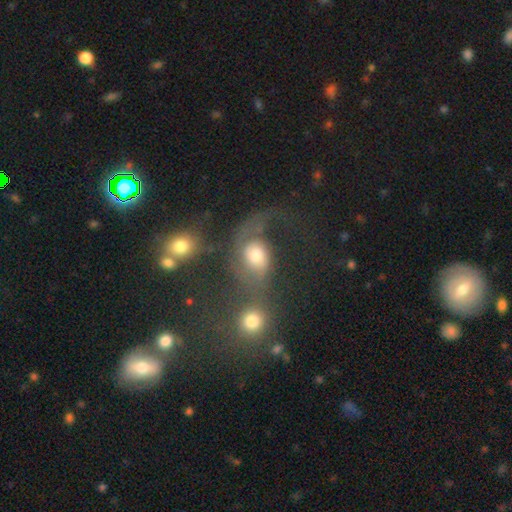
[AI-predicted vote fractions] Smooth or featured?
  - smooth: 45% *
  - featured or disk: 43%
  - star or artifact: 12%
Merging?
  - merger: 38% *
  - major disturbance: 29%
  - none: 22%
  - minor disturbance: 11%